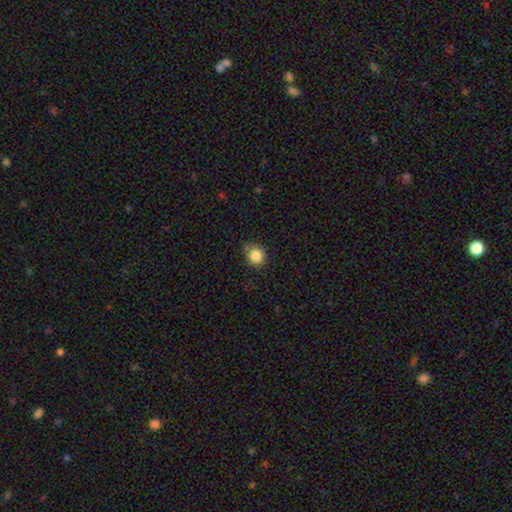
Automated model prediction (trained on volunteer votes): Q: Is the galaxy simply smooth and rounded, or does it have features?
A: smooth — 85%.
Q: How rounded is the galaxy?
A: round — 81%.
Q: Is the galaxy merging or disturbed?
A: none — 68%.